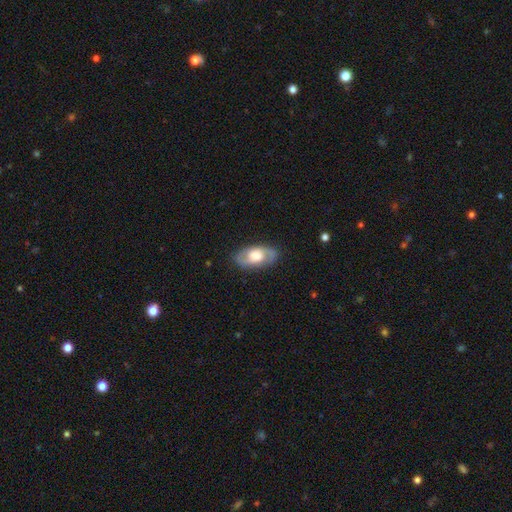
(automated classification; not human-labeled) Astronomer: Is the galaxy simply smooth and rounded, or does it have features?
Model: featured or disk — 55% (runner-up: smooth, 39%).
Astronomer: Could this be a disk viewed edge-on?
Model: no — 87%.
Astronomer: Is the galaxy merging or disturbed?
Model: none — 82%.